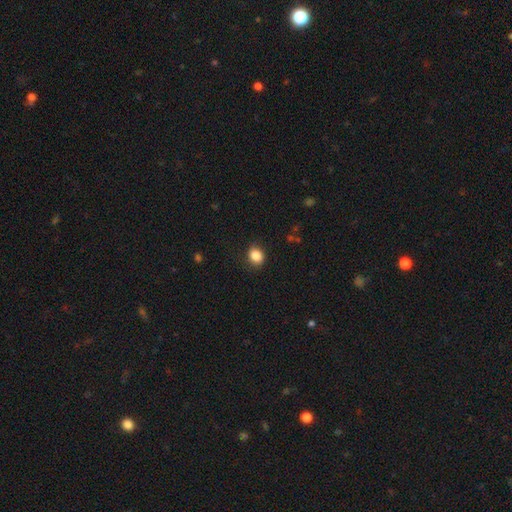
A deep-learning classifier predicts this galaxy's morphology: smooth_or_featured: smooth (p=0.86) [alt: star or artifact p=0.09]
how_rounded: round (p=0.53) [alt: in between p=0.46]
merging: none (p=0.79) [alt: minor disturbance p=0.15]